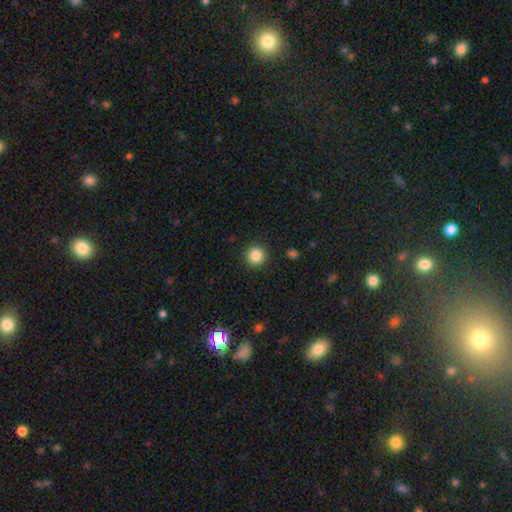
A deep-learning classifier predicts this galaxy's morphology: type=smooth (85%); roundness=round (95%); merging=none (92%).